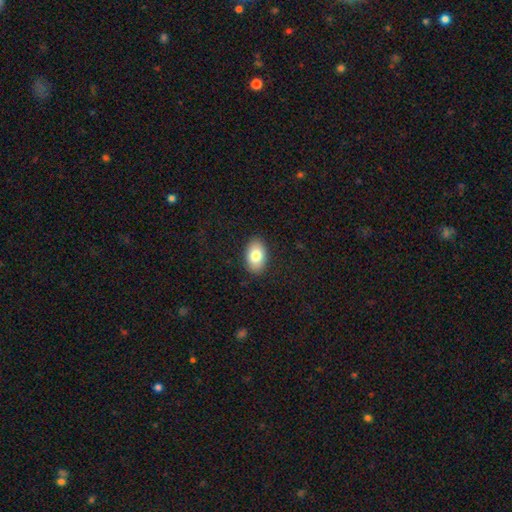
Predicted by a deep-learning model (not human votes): Smooth or featured: smooth — 80% (featured or disk — 12%)
How rounded: in between — 91% (round — 8%)
Merging: none — 89% (minor disturbance — 8%)